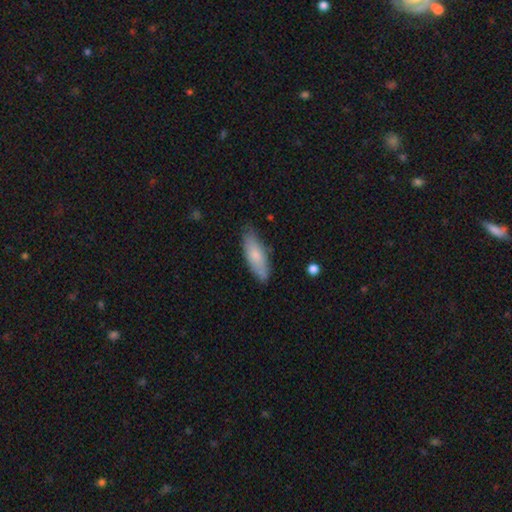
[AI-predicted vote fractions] smooth-or-featured: smooth: 75% | featured or disk: 19% | star or artifact: 6%
  how-rounded: in between: 60% | cigar-shaped: 38% | round: 2%
  merging: none: 77% | minor disturbance: 19% | major disturbance: 3% | merger: 2%